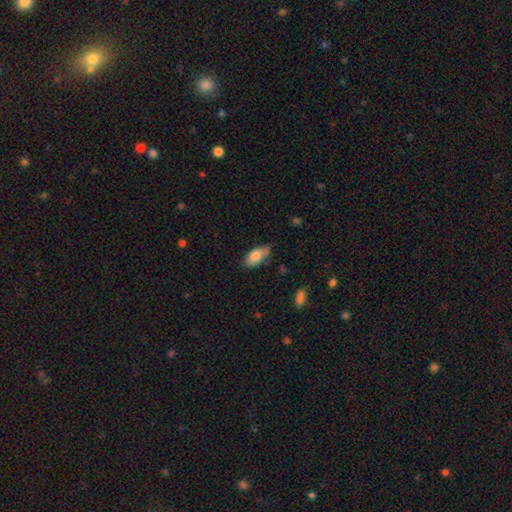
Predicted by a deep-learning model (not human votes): smooth_or_featured: smooth (p=0.80) [alt: featured or disk p=0.14]
how_rounded: in between (p=0.91) [alt: cigar-shaped p=0.06]
merging: none (p=0.64) [alt: minor disturbance p=0.28]